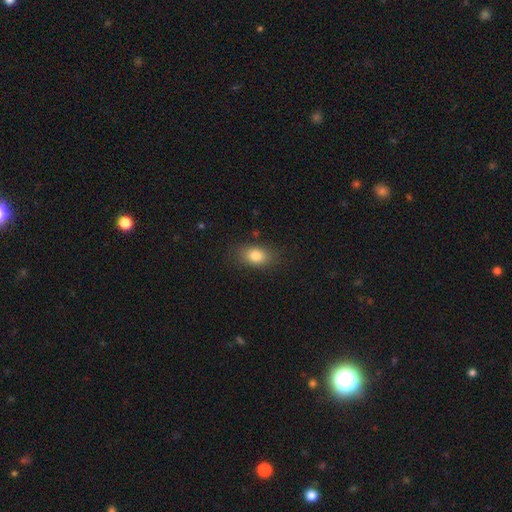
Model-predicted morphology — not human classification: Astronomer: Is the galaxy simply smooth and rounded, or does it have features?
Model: smooth — 82%.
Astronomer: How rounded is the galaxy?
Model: in between — 78%.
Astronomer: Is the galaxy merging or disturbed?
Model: none — 83%.